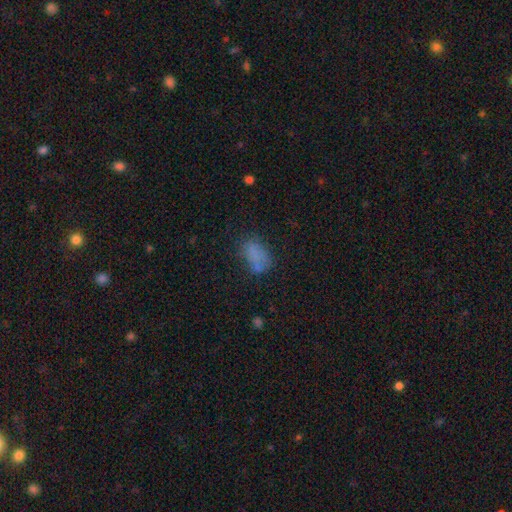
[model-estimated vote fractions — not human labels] Smooth or featured? smooth (72%)
How rounded? in between (86%)
Merging? none (53%)